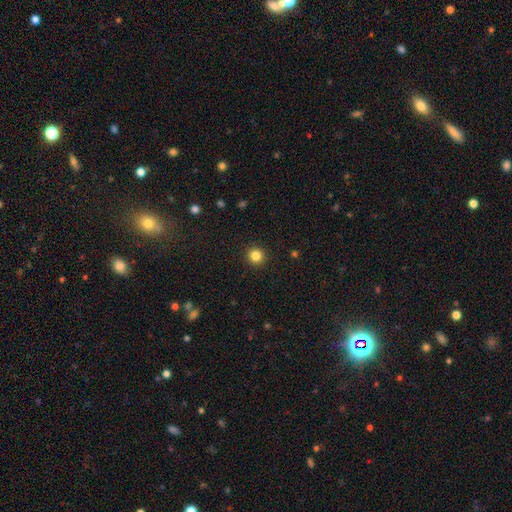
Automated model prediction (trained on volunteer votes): A smooth galaxy with no disk features (83%) that is round (95%). Merging: none (93%).